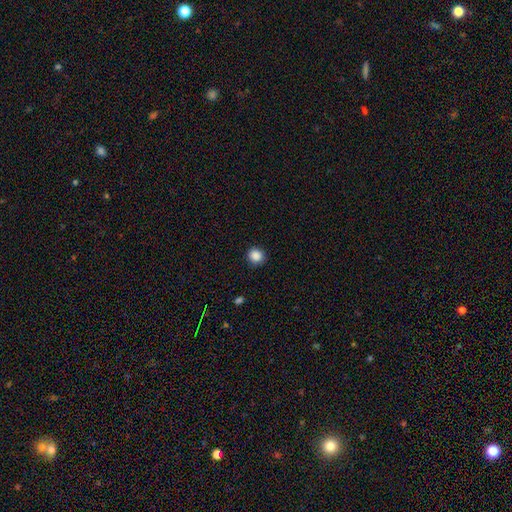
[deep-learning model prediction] Smooth or featured? smooth (87%)
How rounded? round (90%)
Merging? none (90%)